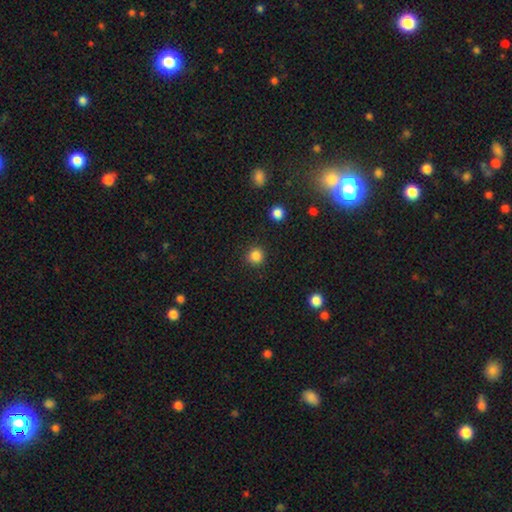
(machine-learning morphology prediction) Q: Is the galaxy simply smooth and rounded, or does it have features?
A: smooth — 85%.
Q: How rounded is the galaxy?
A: round — 94%.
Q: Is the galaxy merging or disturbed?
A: none — 91%.